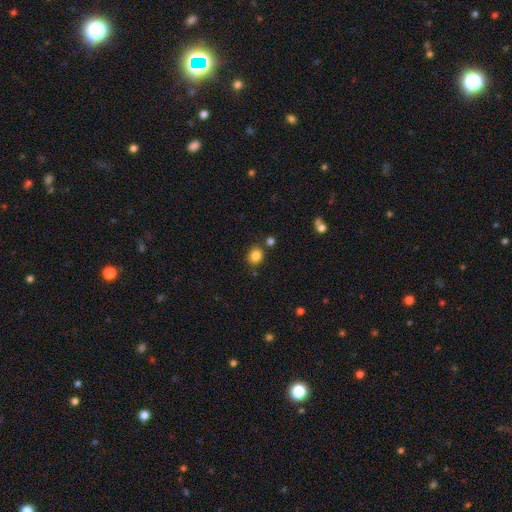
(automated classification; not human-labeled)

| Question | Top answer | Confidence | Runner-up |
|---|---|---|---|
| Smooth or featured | smooth | 84% | star or artifact (11%) |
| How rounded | round | 68% | in between (31%) |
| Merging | none | 78% | minor disturbance (11%) |